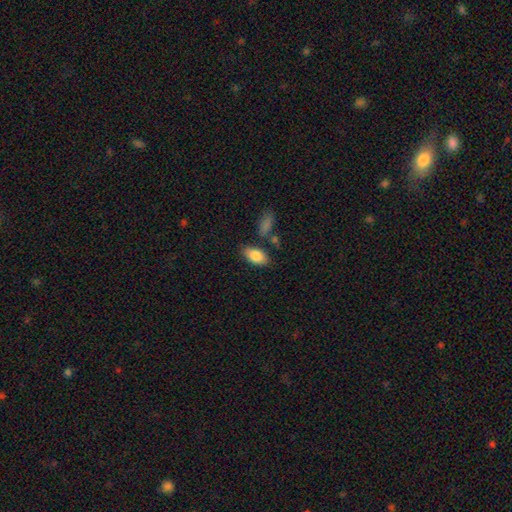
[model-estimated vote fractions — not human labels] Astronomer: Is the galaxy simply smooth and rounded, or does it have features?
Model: smooth — 86%.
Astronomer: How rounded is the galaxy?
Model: in between — 92%.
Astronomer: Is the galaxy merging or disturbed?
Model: none — 74%.